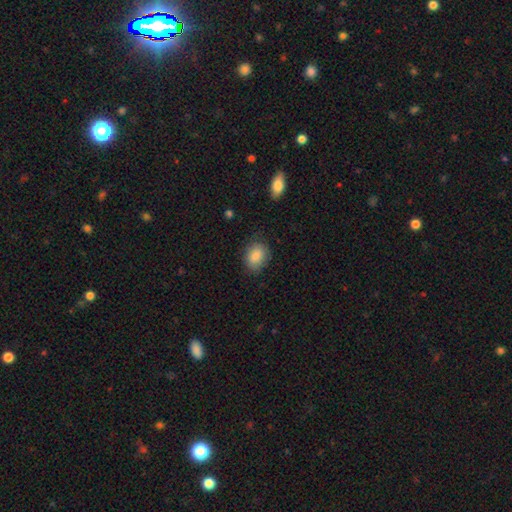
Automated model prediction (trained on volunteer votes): Smooth or featured: smooth — 86% (star or artifact — 7%)
How rounded: in between — 65% (round — 34%)
Merging: none — 76% (minor disturbance — 18%)